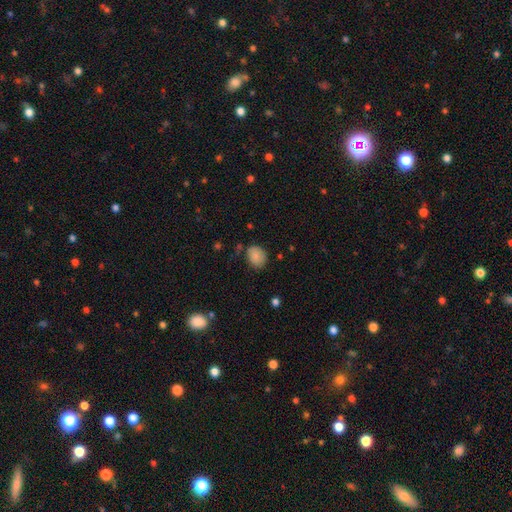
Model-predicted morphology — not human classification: Smooth or featured? smooth (84%)
How rounded? round (50%)
Merging? none (72%)